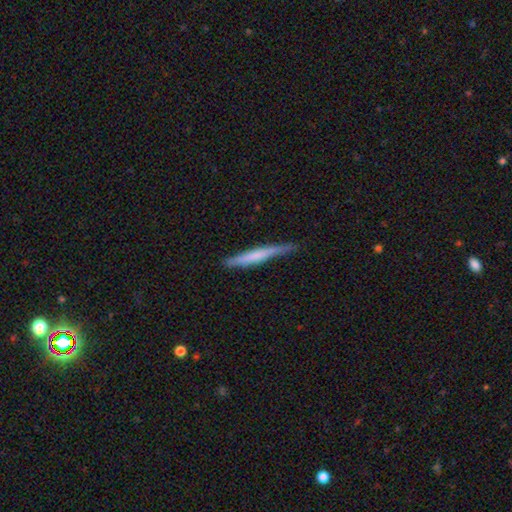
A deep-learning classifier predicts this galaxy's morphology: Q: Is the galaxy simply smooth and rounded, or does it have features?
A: smooth — 55%.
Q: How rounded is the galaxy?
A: cigar-shaped — 96%.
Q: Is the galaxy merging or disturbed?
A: none — 78%.